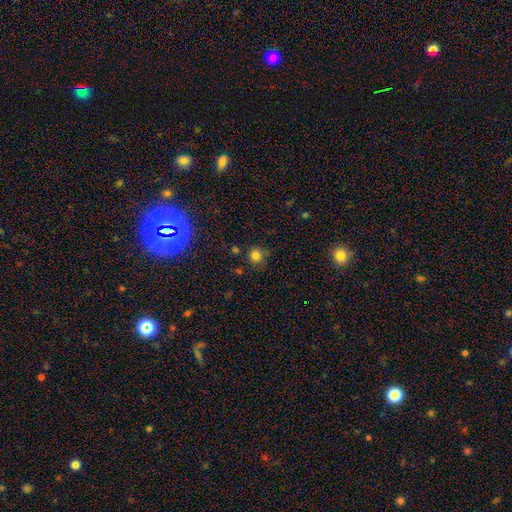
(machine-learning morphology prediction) A smooth galaxy with no disk features (79%) that is round (93%).

Vote fractions:
- Smooth or featured? smooth: 79% / star or artifact: 16% / featured or disk: 5%
- How rounded? round: 93% / in between: 6% / cigar-shaped: 1%
- Merging? none: 81% / minor disturbance: 11% / merger: 5% / major disturbance: 3%